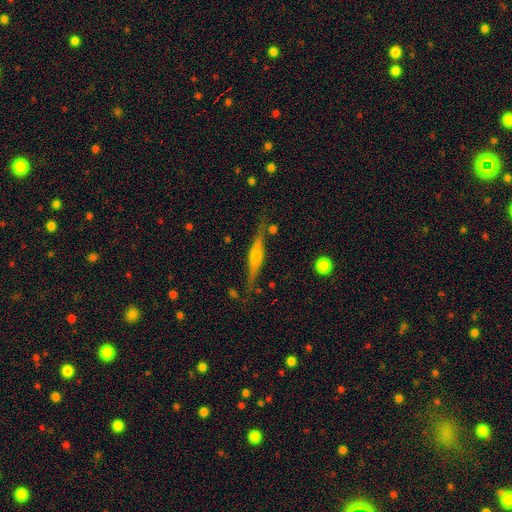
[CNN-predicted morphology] A featured or disk galaxy (72%) viewed edge-on (96%) with a rounded central bulge (81%). Merging: none (80%).